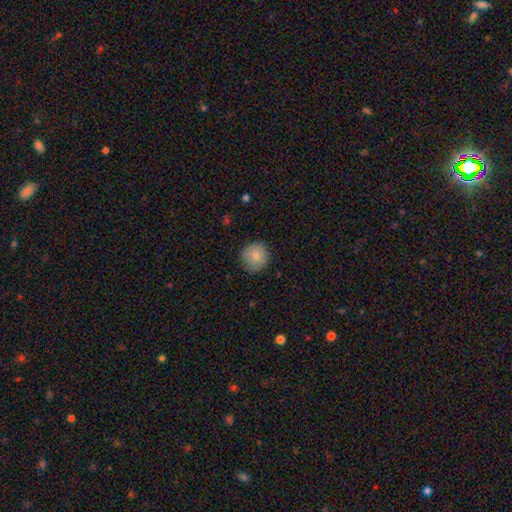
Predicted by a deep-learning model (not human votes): smooth_or_featured: smooth (p=0.81) [alt: featured or disk p=0.12]
how_rounded: round (p=0.93) [alt: in between p=0.06]
merging: none (p=0.81) [alt: minor disturbance p=0.15]